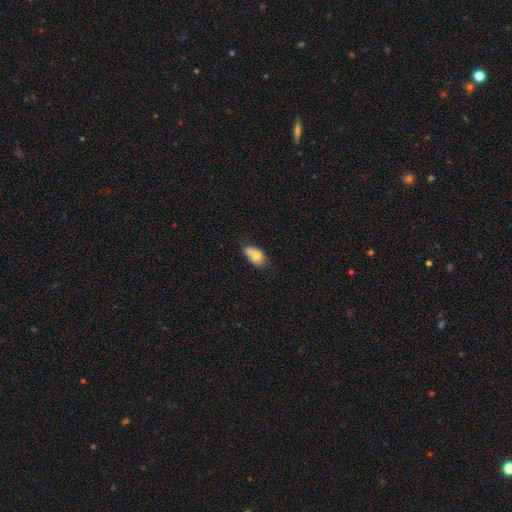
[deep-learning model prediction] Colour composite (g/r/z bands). It shows a smooth galaxy with no disk features (73%) that is in between round and cigar-shaped (83%). Merging: none (38%).